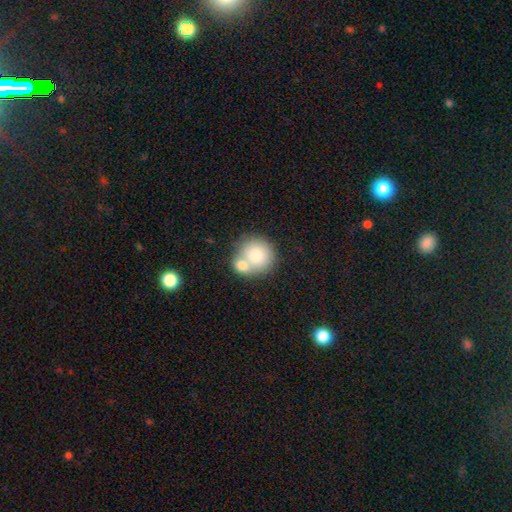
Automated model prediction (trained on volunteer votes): smooth-or-featured: smooth: 77% | featured or disk: 15% | star or artifact: 8%
  how-rounded: round: 87% | in between: 12% | cigar-shaped: 1%
  merging: merger: 46% | none: 41% | minor disturbance: 9% | major disturbance: 4%